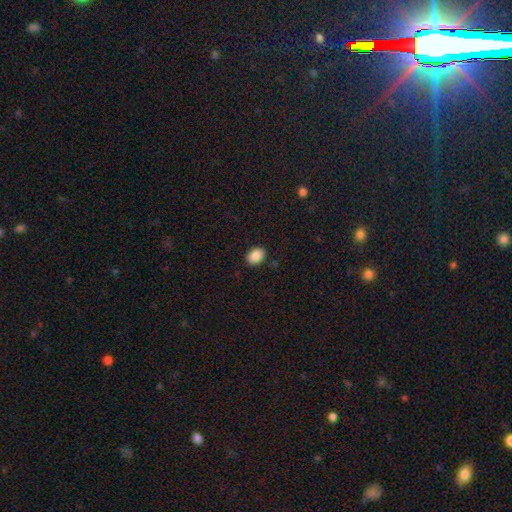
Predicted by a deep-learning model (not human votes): The model was most divided on "how rounded": in between: 74%, round: 26%, cigar-shaped: 1%. More confident: merging — none (89%); smooth or featured — smooth (88%).